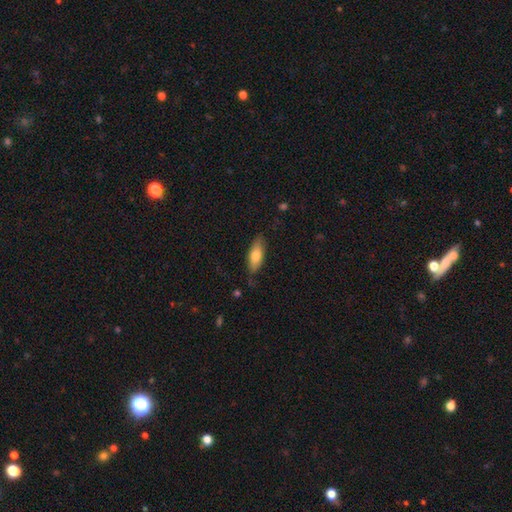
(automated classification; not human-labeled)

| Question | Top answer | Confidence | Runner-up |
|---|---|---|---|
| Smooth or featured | smooth | 70% | featured or disk (23%) |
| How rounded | in between | 67% | cigar-shaped (30%) |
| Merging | none | 80% | minor disturbance (16%) |